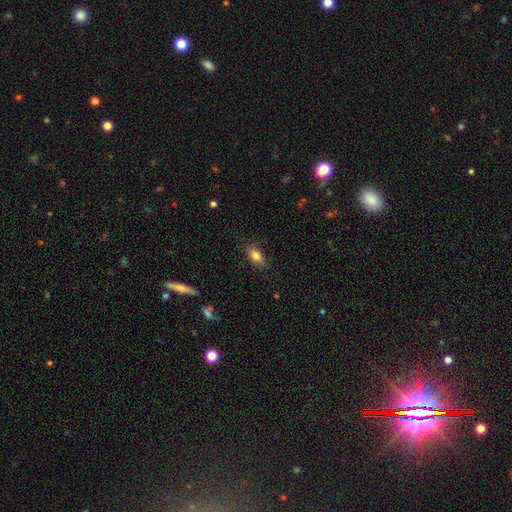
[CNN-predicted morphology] smooth_or_featured: smooth (p=0.81) [alt: featured or disk p=0.11]
how_rounded: in between (p=0.83) [alt: round p=0.09]
merging: none (p=0.81) [alt: minor disturbance p=0.14]